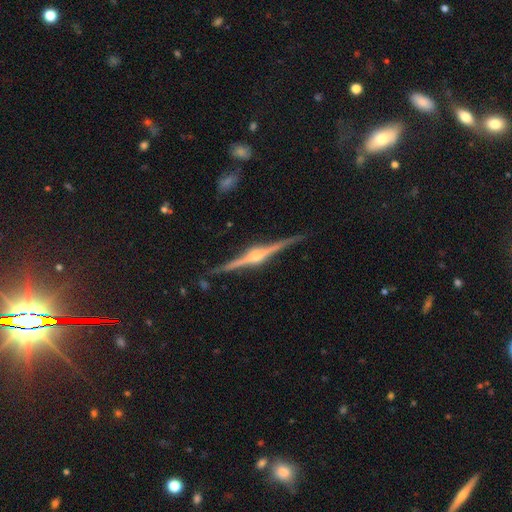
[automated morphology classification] This appears to be a featured or disk galaxy (90%) viewed edge-on (99%) with a rounded central bulge (92%). Merging: none (90%).